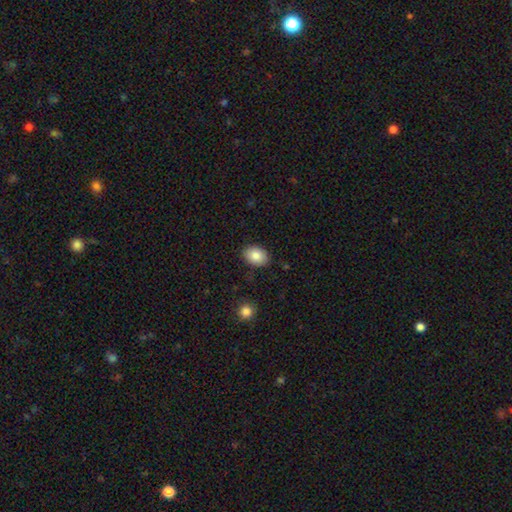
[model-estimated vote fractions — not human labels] Overall: smooth (84%). How rounded: in between (73%). Merging: none (86%).